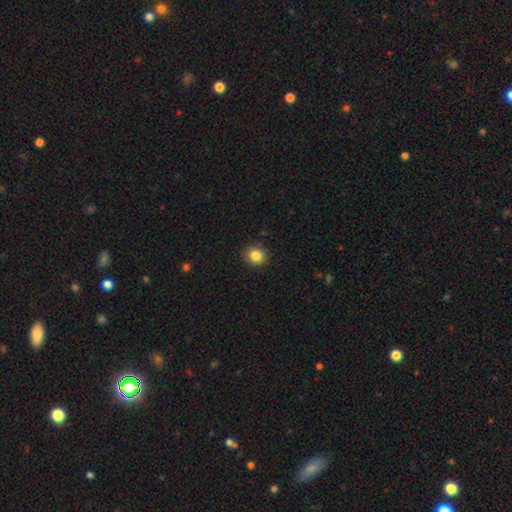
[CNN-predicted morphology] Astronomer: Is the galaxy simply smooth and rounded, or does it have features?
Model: smooth — 85%.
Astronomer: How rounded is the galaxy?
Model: round — 80%.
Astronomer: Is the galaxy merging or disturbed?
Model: none — 89%.